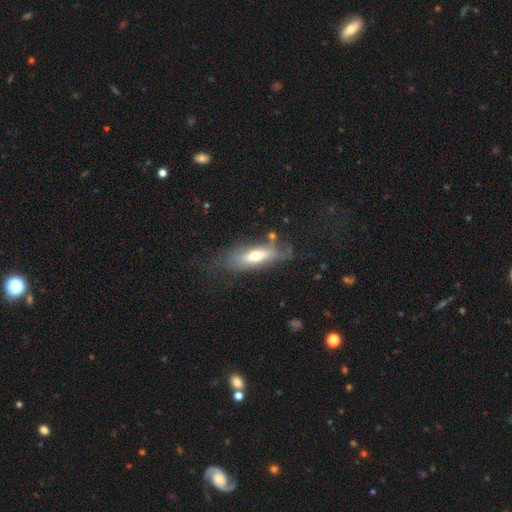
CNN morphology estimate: Smooth or featured? Predicted: smooth (p=0.57). How rounded? Predicted: in between (p=0.56). Merging? Predicted: none (p=0.58).